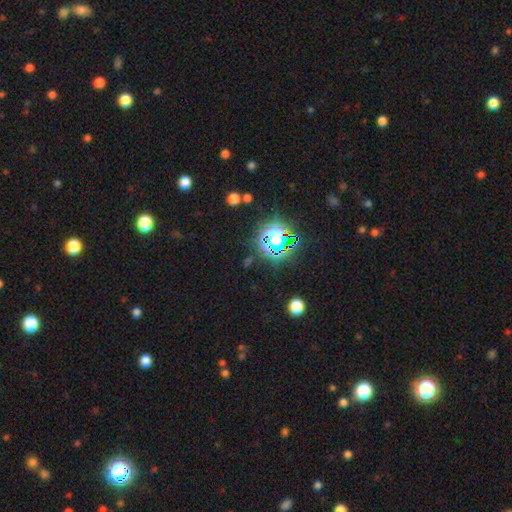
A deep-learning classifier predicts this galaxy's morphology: Overall: star or artifact (79%).